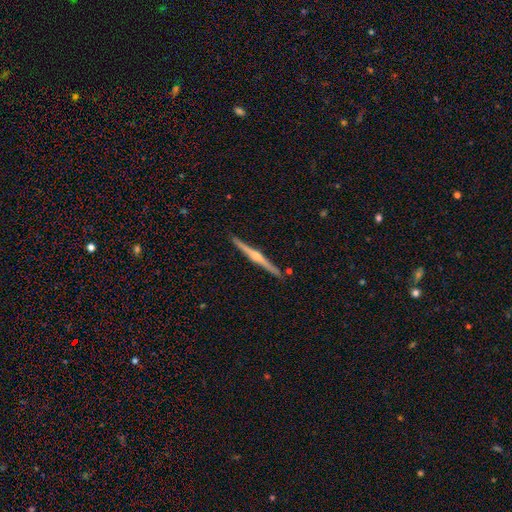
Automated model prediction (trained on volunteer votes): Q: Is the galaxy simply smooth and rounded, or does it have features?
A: featured or disk — 82%.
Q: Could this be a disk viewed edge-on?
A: yes — 99%.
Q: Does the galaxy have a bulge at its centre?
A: rounded — 88%.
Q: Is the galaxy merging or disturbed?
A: none — 92%.